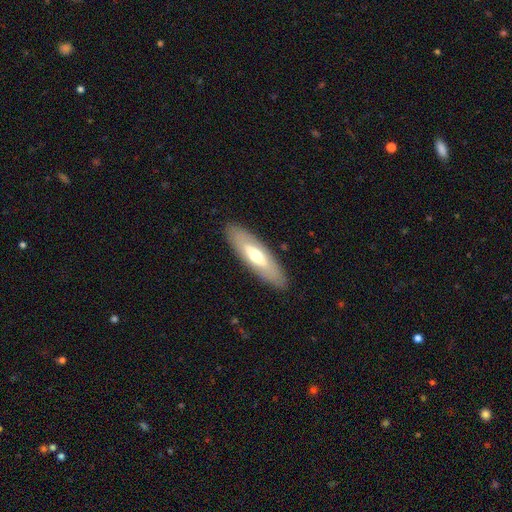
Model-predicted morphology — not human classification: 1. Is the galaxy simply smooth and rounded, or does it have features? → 50% smooth, 44% featured or disk, 5% star or artifact.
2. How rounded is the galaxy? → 50% cigar-shaped, 48% in between, 2% round.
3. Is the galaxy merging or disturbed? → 88% none, 9% minor disturbance, 3% major disturbance, 1% merger.